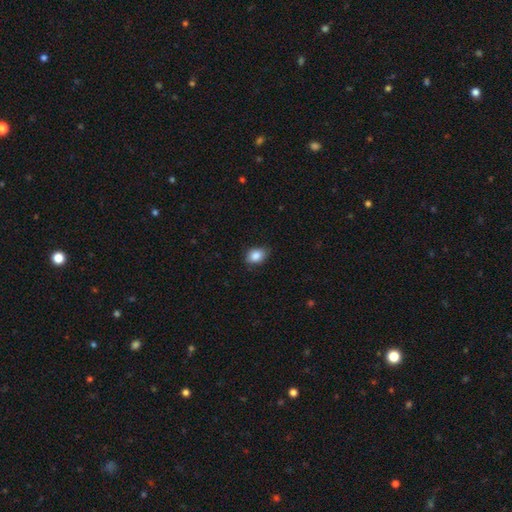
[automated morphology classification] Q: Smooth or featured?
A: smooth (87%); runner-up: star or artifact (8%)
Q: How rounded?
A: in between (70%); runner-up: round (29%)
Q: Merging?
A: none (78%); runner-up: minor disturbance (18%)